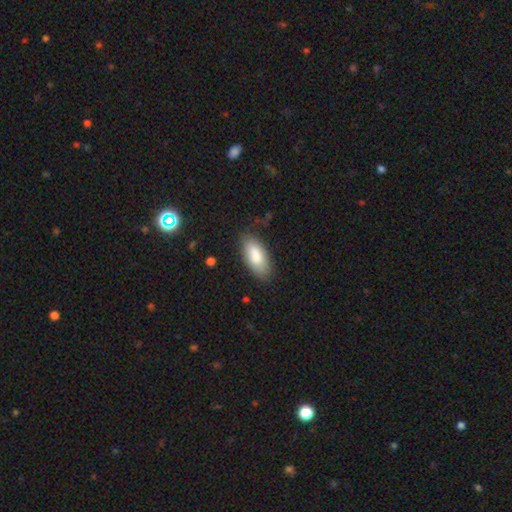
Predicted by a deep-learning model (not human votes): Smooth or featured? smooth (84%)
How rounded? in between (90%)
Merging? none (79%)